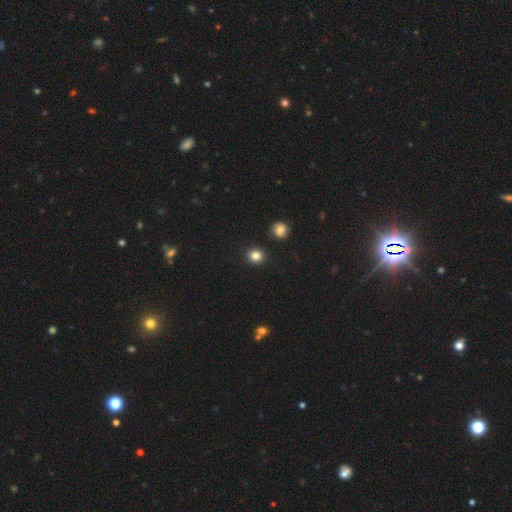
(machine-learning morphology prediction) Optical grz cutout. It shows a smooth galaxy with no disk features (84%) that is round (82%). Merging: none (90%).